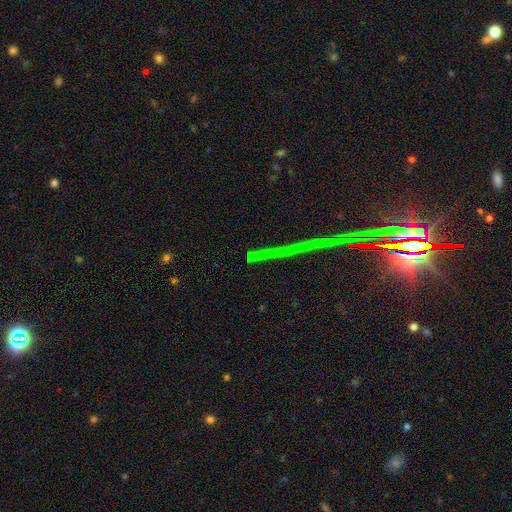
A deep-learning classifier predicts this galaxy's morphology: This is likely a star or artifact rather than a galaxy (77%).